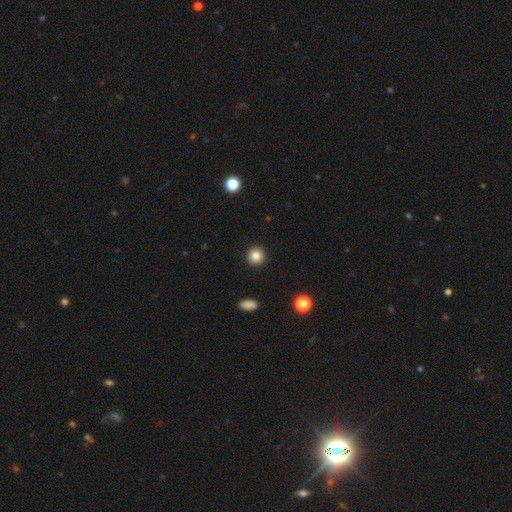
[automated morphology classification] Overall: smooth (85%). How rounded: round (94%). Merging: none (93%).